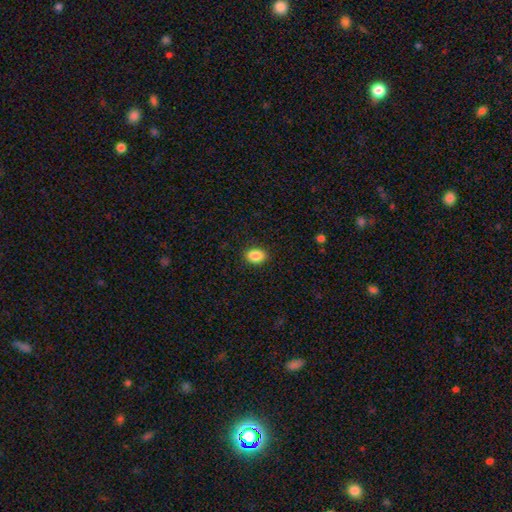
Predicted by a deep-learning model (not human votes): Smooth or featured?
  - smooth: 88% *
  - star or artifact: 8%
  - featured or disk: 4%
How rounded?
  - in between: 76% *
  - round: 22%
  - cigar-shaped: 1%
Merging?
  - none: 90% *
  - minor disturbance: 7%
  - major disturbance: 2%
  - merger: 1%